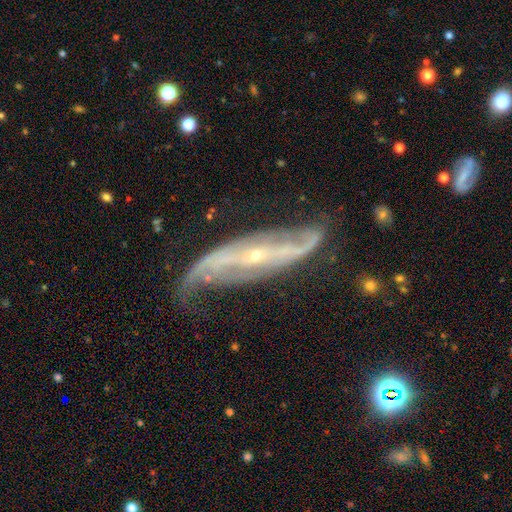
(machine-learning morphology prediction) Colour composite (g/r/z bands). It shows a featured or disk galaxy (89%) with a strong bar (45%), 2 (84%) loose (49%) spiral arms (95%) and a small central bulge (79%). Merging: none (60%).